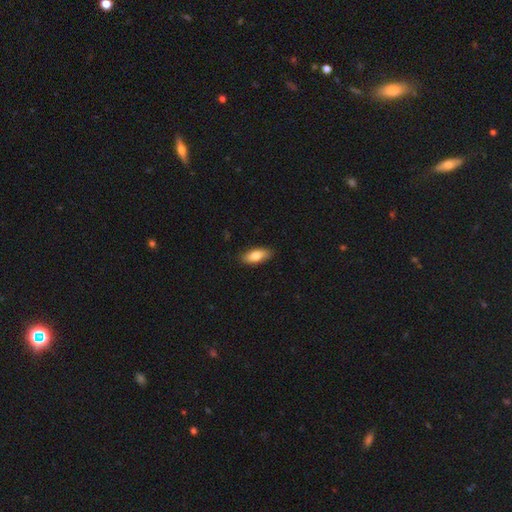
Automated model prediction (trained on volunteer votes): Smooth or featured: smooth — 78% (featured or disk — 16%)
How rounded: in between — 82% (cigar-shaped — 16%)
Merging: none — 87% (minor disturbance — 10%)